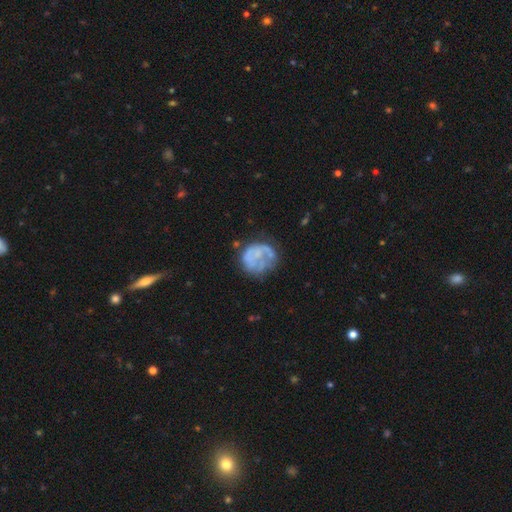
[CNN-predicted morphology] type=featured or disk (54%); edge-on=no (98%); bar=no (87%); spiral arms=no (69%); bulge=none (67%); merging=none (46%).